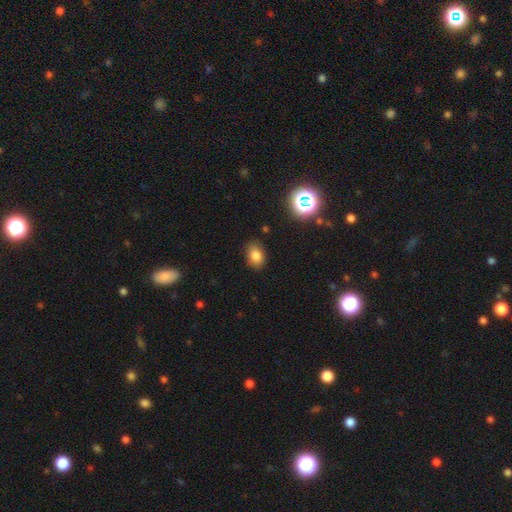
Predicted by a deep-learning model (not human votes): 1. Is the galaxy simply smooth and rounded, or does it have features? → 80% smooth, 14% star or artifact, 7% featured or disk.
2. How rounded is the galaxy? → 77% in between, 22% round, 1% cigar-shaped.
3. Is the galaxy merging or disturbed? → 85% none, 11% minor disturbance, 3% major disturbance, 1% merger.